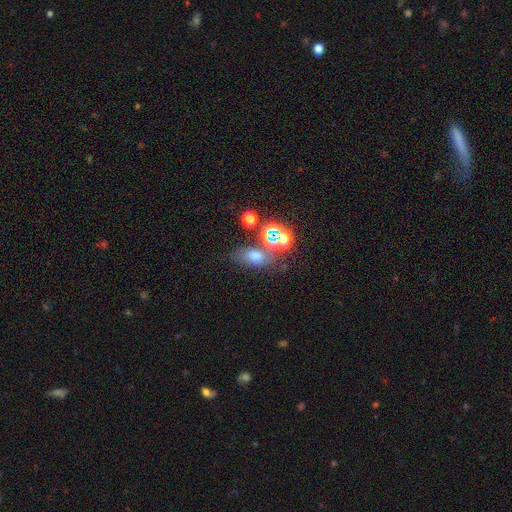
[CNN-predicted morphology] Smooth or featured?
  - smooth: 60% *
  - star or artifact: 26%
  - featured or disk: 13%
How rounded?
  - in between: 71% *
  - round: 25%
  - cigar-shaped: 4%
Merging?
  - none: 58% *
  - merger: 19%
  - minor disturbance: 14%
  - major disturbance: 8%